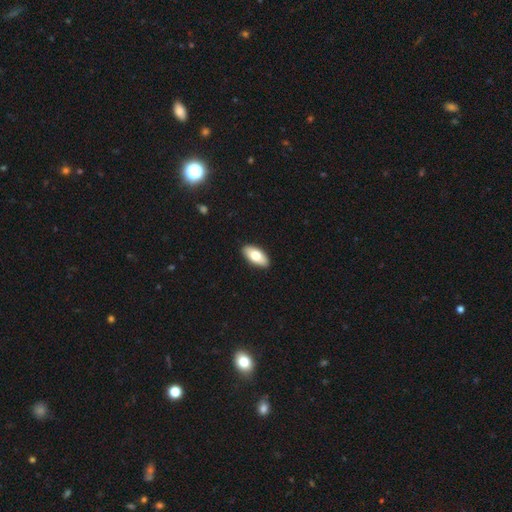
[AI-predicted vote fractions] Smooth or featured?
  - smooth: 75% *
  - featured or disk: 19%
  - star or artifact: 6%
How rounded?
  - in between: 91% *
  - cigar-shaped: 6%
  - round: 2%
Merging?
  - none: 91% *
  - minor disturbance: 7%
  - major disturbance: 2%
  - merger: 1%